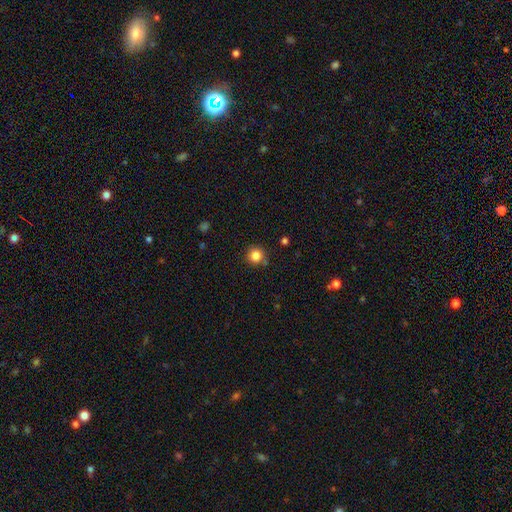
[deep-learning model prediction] A smooth galaxy with no disk features (84%) that is round (94%).

Vote fractions:
- Smooth or featured? smooth: 84% / star or artifact: 12% / featured or disk: 5%
- How rounded? round: 94% / in between: 5% / cigar-shaped: 1%
- Merging? none: 84% / minor disturbance: 10% / merger: 3% / major disturbance: 2%